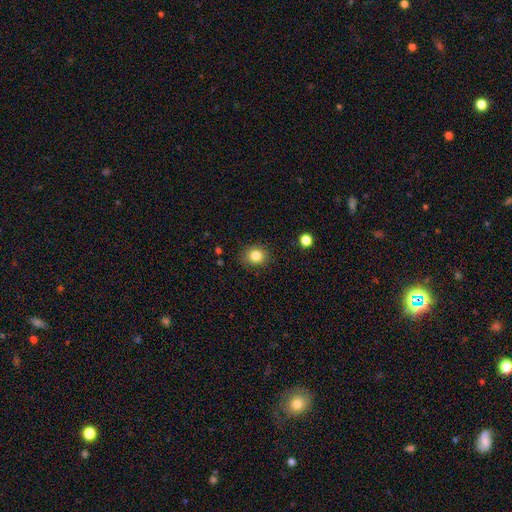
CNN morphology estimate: smooth 83%, star or artifact 11%, featured or disk 6%. Down the decision tree: how rounded — round (73%); merging — none (86%).